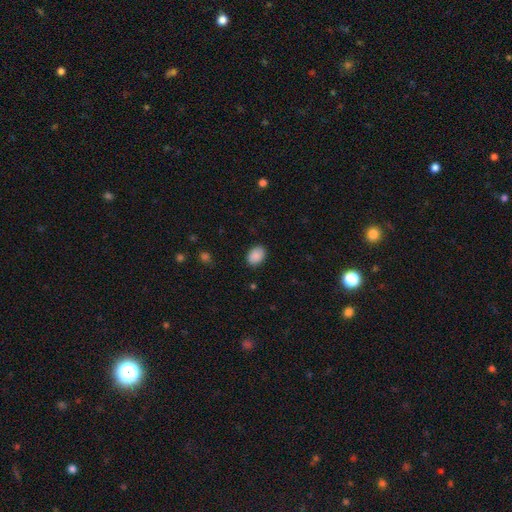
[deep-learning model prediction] A smooth galaxy with no disk features (89%) that is in between round and cigar-shaped (76%). Merging: none (86%).